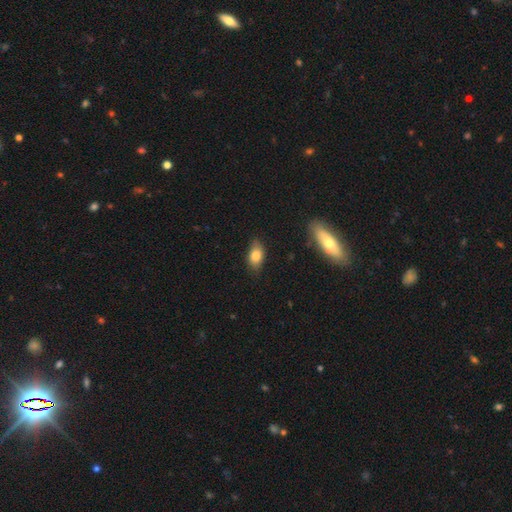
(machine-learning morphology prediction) This appears to be a smooth galaxy with no disk features (79%) that is in between round and cigar-shaped (86%). Merging: none (77%).